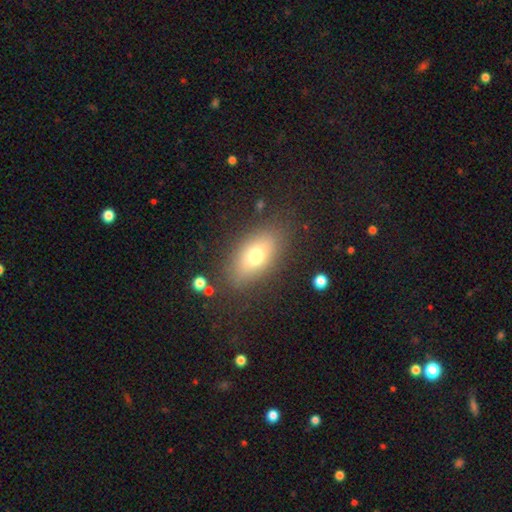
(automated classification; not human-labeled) Smooth or featured: smooth — 70% (featured or disk — 20%)
How rounded: in between — 85% (round — 10%)
Merging: none — 81% (minor disturbance — 12%)